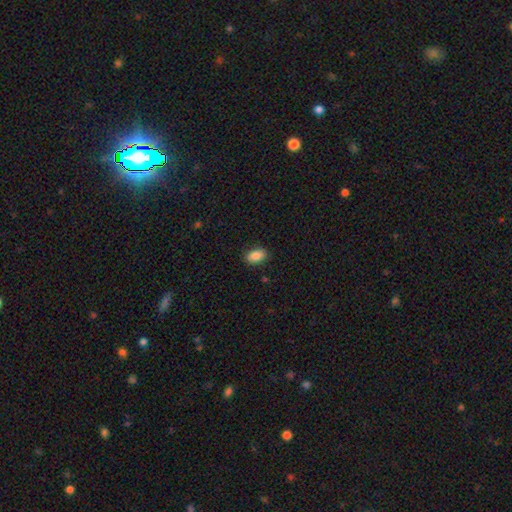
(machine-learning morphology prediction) Q: Smooth or featured?
A: smooth (88%); runner-up: star or artifact (8%)
Q: How rounded?
A: in between (91%); runner-up: round (7%)
Q: Merging?
A: none (88%); runner-up: minor disturbance (9%)